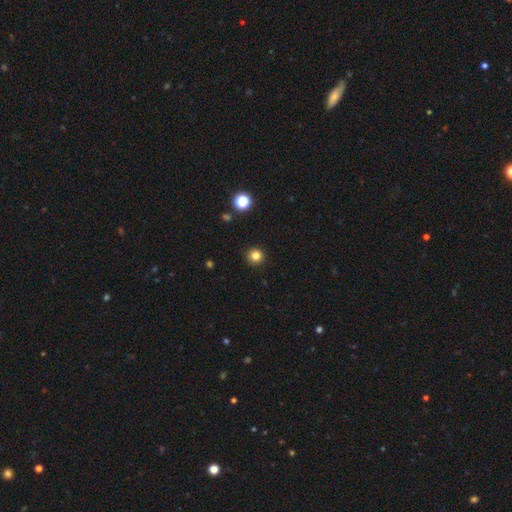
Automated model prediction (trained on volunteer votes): Smooth or featured? Predicted: smooth (p=0.82). How rounded? Predicted: round (p=0.95). Merging? Predicted: none (p=0.92).